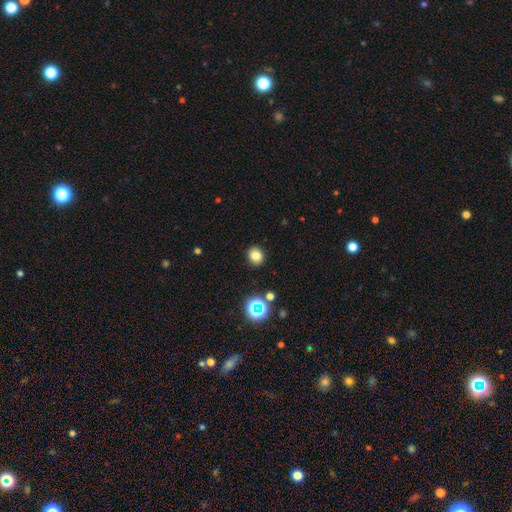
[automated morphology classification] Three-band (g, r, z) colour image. It shows a smooth galaxy with no disk features (78%) that is round (74%). Merging: none (90%).